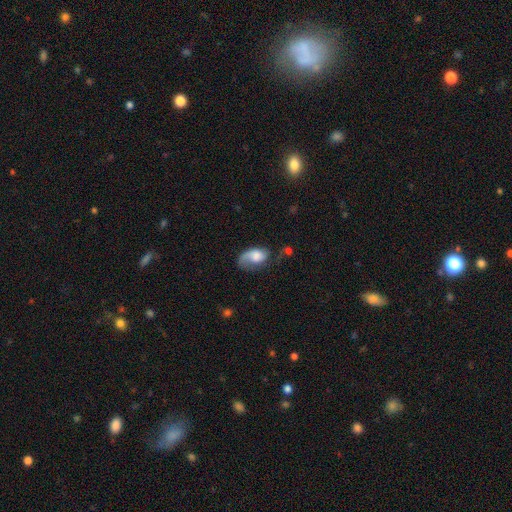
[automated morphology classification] This is possibly a smooth galaxy (46%, tied with featured or disk). Merging: marginally none (41%).